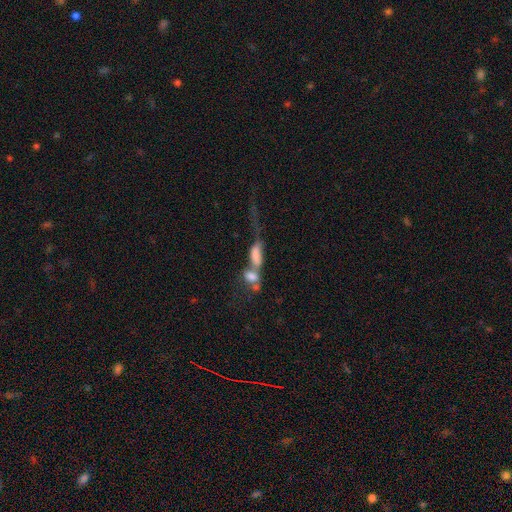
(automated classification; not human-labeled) Smooth or featured? featured or disk (44%)
Merging? merger (69%)